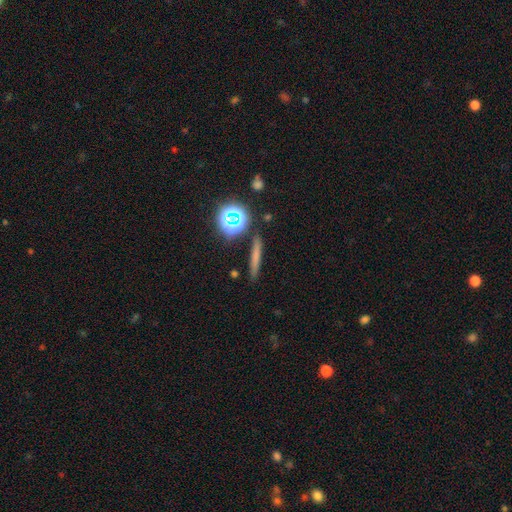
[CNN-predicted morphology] Smooth or featured? Predicted: smooth (p=0.62). How rounded? Predicted: cigar-shaped (p=0.86). Merging? Predicted: none (p=0.87).